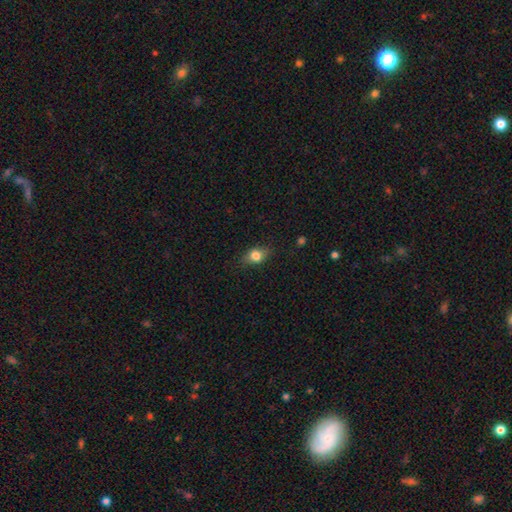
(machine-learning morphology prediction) Overall: smooth (78%). How rounded: in between (67%; round 29%). Merging: none (78%).